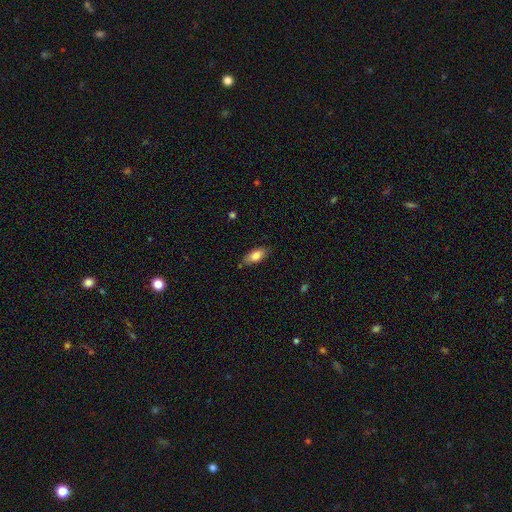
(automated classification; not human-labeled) Smooth or featured? smooth (79%)
How rounded? in between (81%)
Merging? none (78%)